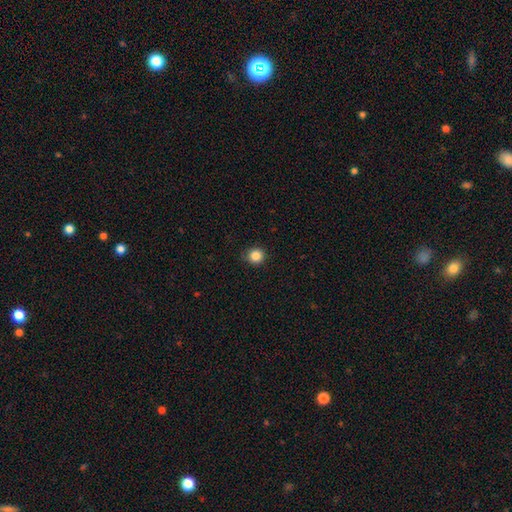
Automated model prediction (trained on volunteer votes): Smooth or featured? smooth (85%)
How rounded? round (92%)
Merging? none (88%)